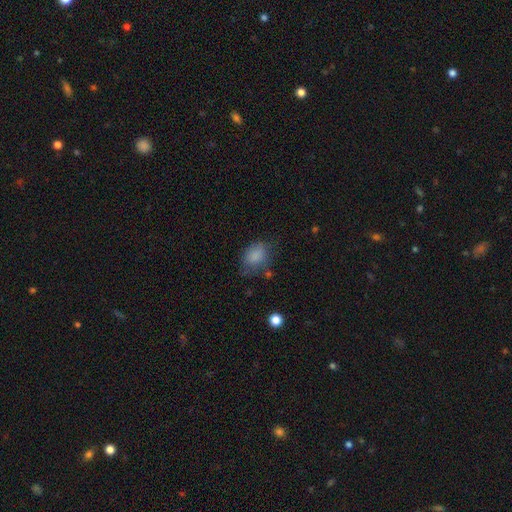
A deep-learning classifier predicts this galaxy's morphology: smooth-or-featured: smooth: 83% | star or artifact: 9% | featured or disk: 7%
  how-rounded: in between: 69% | round: 29% | cigar-shaped: 1%
  merging: none: 58% | minor disturbance: 28% | major disturbance: 11% | merger: 3%